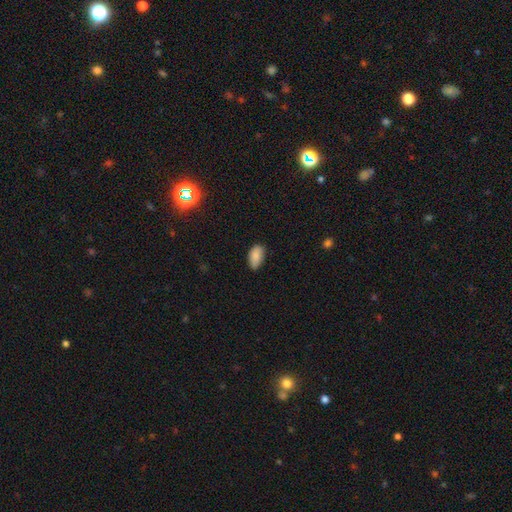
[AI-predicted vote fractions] Overall: smooth (88%). How rounded: in between (93%). Merging: none (74%).